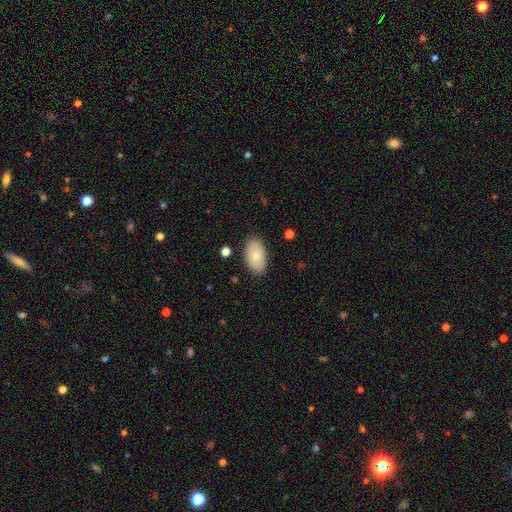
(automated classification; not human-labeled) Q: Smooth or featured?
A: smooth (78%); runner-up: featured or disk (15%)
Q: How rounded?
A: in between (94%); runner-up: round (5%)
Q: Merging?
A: none (85%); runner-up: minor disturbance (11%)